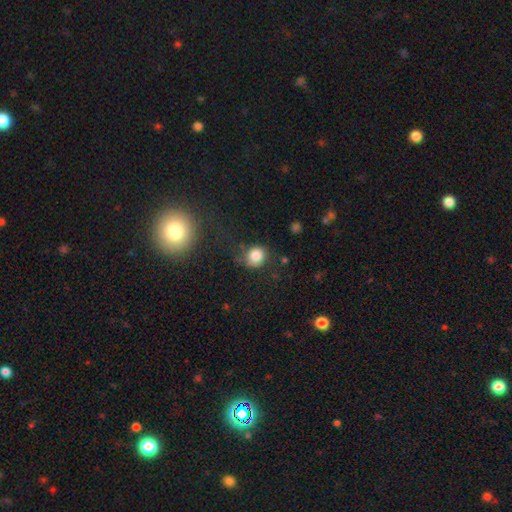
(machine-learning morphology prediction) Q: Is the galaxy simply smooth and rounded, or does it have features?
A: smooth — 82%.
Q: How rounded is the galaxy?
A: round — 78%.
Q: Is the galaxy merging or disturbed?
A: none — 61%.